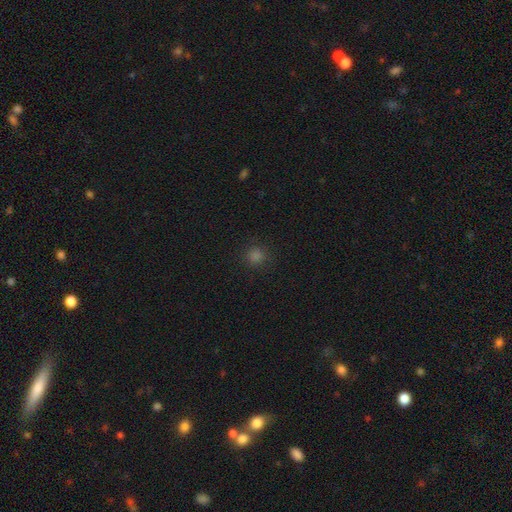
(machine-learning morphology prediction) Smooth or featured? Predicted: smooth (p=0.75). How rounded? Predicted: round (p=0.94). Merging? Predicted: none (p=0.91).